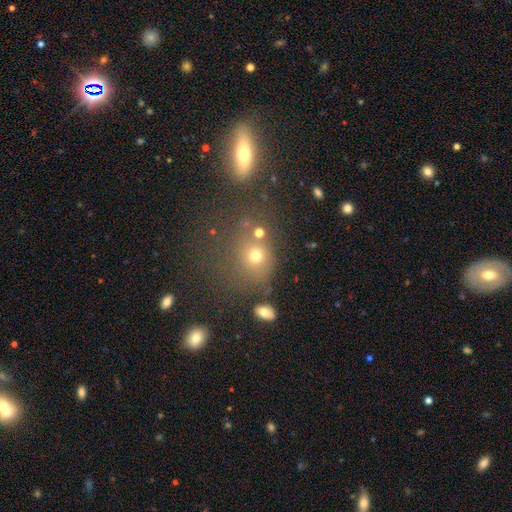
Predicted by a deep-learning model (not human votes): smooth-or-featured: smooth: 68% | star or artifact: 20% | featured or disk: 12%
  how-rounded: round: 72% | in between: 27% | cigar-shaped: 1%
  merging: none: 64% | merger: 15% | minor disturbance: 13% | major disturbance: 8%